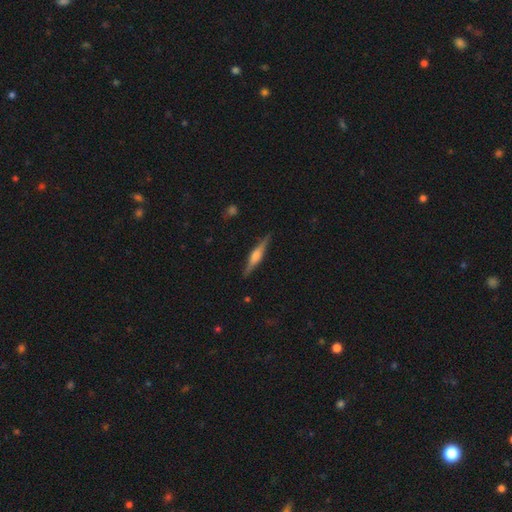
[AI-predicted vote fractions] This is likely a featured or disk galaxy (71%). It is clearly viewed edge-on (97%). Edge-on bulge: likely rounded (77%). Merging: clearly none (89%).